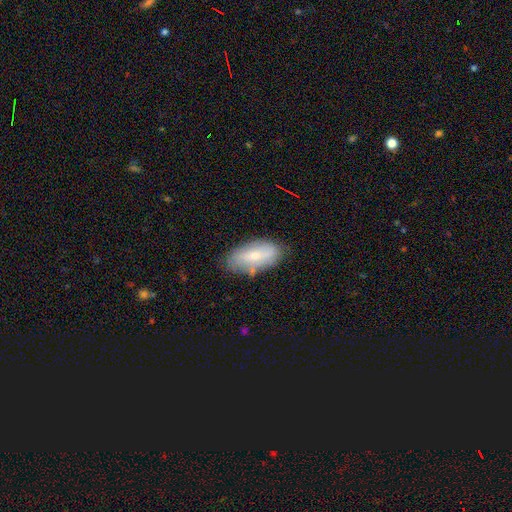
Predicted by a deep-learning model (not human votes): Q: Smooth or featured?
A: smooth (53%); runner-up: featured or disk (39%)
Q: How rounded?
A: in between (89%); runner-up: cigar-shaped (8%)
Q: Merging?
A: none (76%); runner-up: minor disturbance (17%)